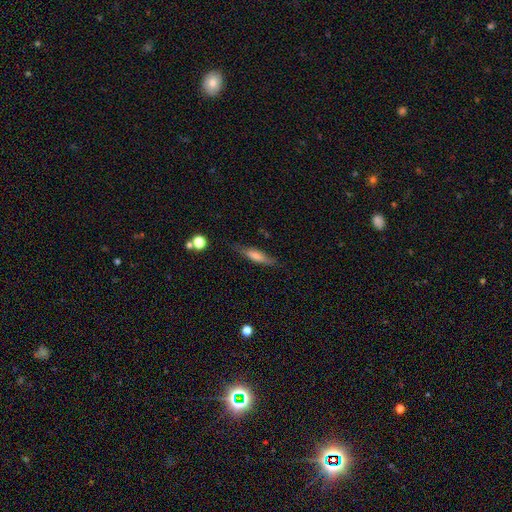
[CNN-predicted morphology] A smooth galaxy with no disk features (51%) that is cigar-shaped (78%). Merging: none (81%).